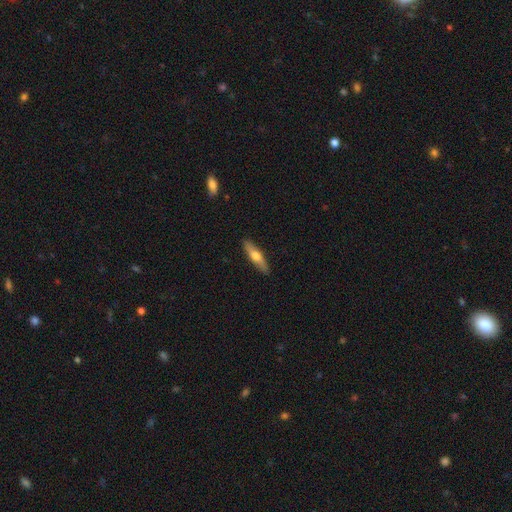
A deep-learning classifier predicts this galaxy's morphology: This appears to be a smooth galaxy with no disk features (51%) that is cigar-shaped (76%). Merging: none (89%).